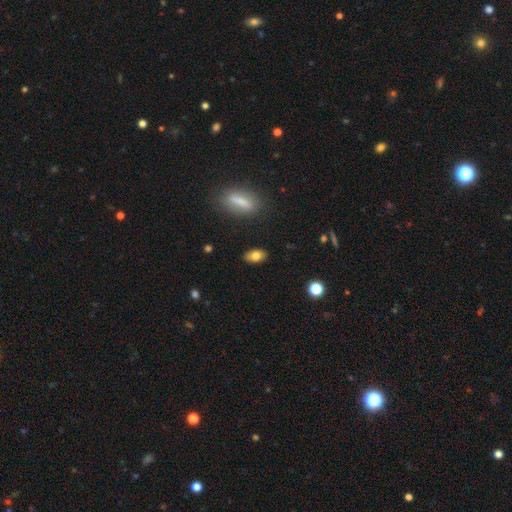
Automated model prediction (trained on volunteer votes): Morphology: type=smooth (79%); roundness=in between (88%); merging=none (87%).